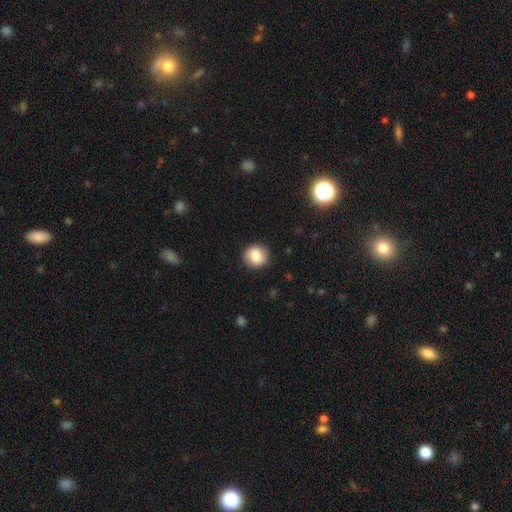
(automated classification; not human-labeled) smooth-or-featured: smooth: 85% | star or artifact: 8% | featured or disk: 7%
  how-rounded: round: 86% | in between: 13% | cigar-shaped: 1%
  merging: none: 88% | minor disturbance: 8% | major disturbance: 2% | merger: 1%